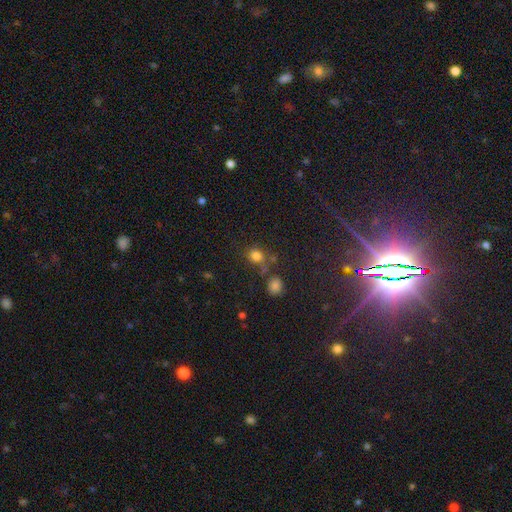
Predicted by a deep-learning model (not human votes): A smooth galaxy with no disk features (78%) that is round (70%). Merging: none (60%).